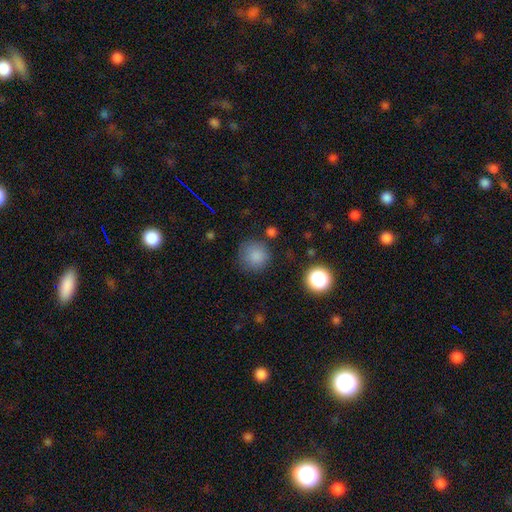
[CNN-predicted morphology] Smooth or featured? Predicted: smooth (p=0.84). How rounded? Predicted: round (p=0.93). Merging? Predicted: none (p=0.78).